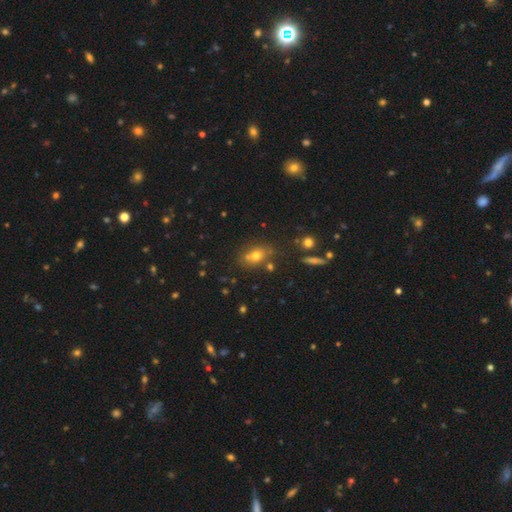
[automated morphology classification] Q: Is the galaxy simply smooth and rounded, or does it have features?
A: smooth — 68%.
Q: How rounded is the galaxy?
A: in between — 62%.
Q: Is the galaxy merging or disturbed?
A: none — 63%.